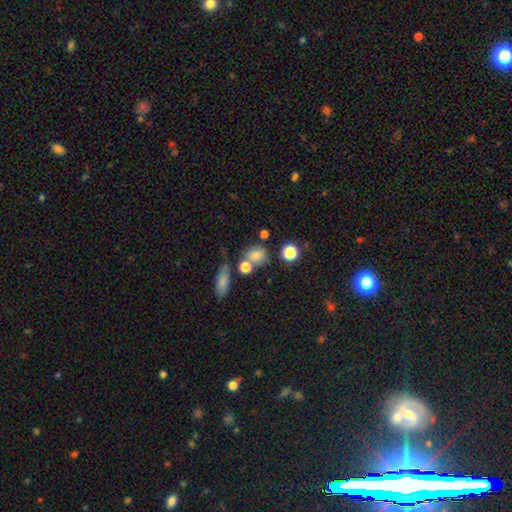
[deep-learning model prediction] Smooth or featured? Predicted: smooth (p=0.76). How rounded? Predicted: round (p=0.63). Merging? Predicted: none (p=0.59).